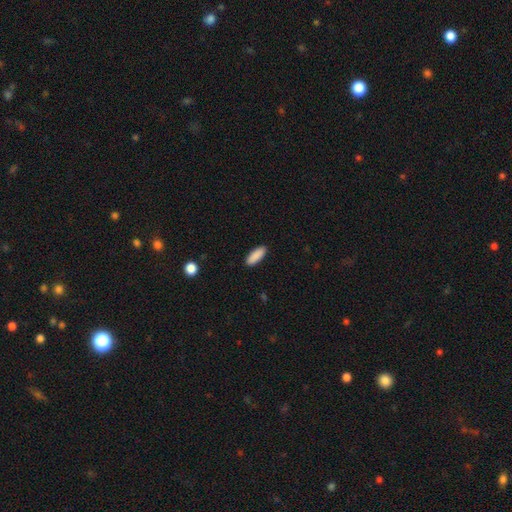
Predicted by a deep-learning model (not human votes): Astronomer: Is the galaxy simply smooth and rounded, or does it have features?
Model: smooth — 90%.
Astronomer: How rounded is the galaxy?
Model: in between — 67%.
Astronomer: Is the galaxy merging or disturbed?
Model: none — 90%.